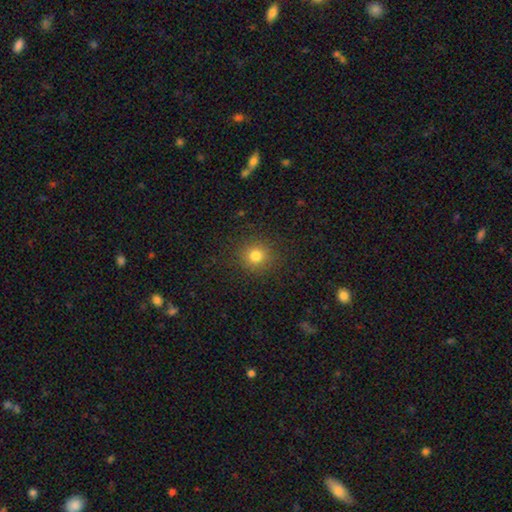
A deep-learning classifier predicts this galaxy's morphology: smooth-or-featured: smooth: 79% | star or artifact: 15% | featured or disk: 6%
  how-rounded: round: 91% | in between: 8% | cigar-shaped: 1%
  merging: none: 89% | minor disturbance: 7% | major disturbance: 3% | merger: 1%